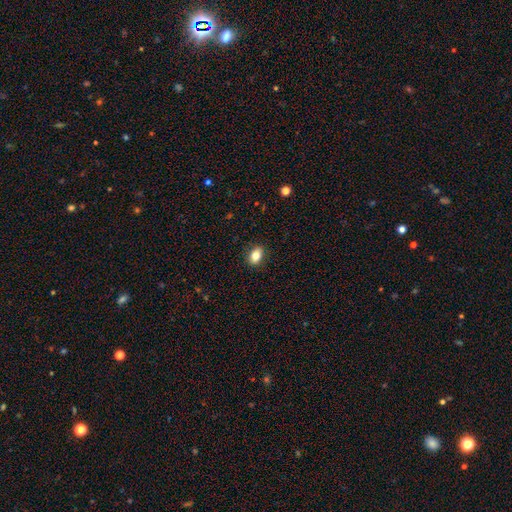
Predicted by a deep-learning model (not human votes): smooth 82%, featured or disk 9%, star or artifact 9%. Down the decision tree: how rounded — in between (81%); merging — none (88%).